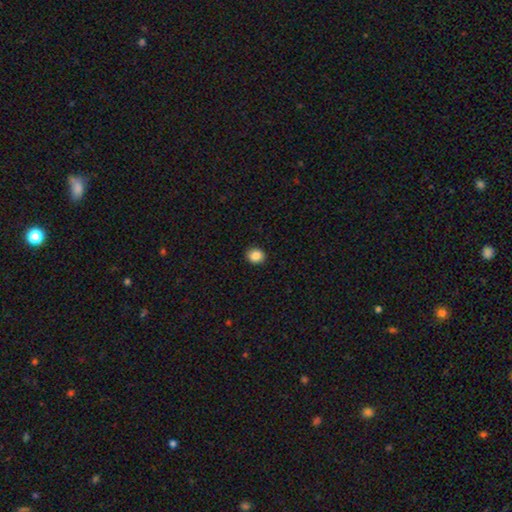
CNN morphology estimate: Q: Smooth or featured?
A: smooth (87%); runner-up: star or artifact (10%)
Q: How rounded?
A: round (74%); runner-up: in between (26%)
Q: Merging?
A: none (91%); runner-up: minor disturbance (6%)